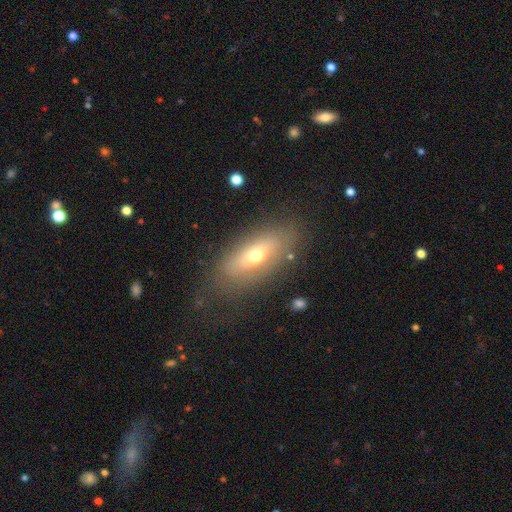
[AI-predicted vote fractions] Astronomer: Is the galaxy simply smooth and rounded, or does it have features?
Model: smooth — 52% (runner-up: featured or disk, 38%).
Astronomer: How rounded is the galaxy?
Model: in between — 75%.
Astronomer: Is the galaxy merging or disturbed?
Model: none — 72%.